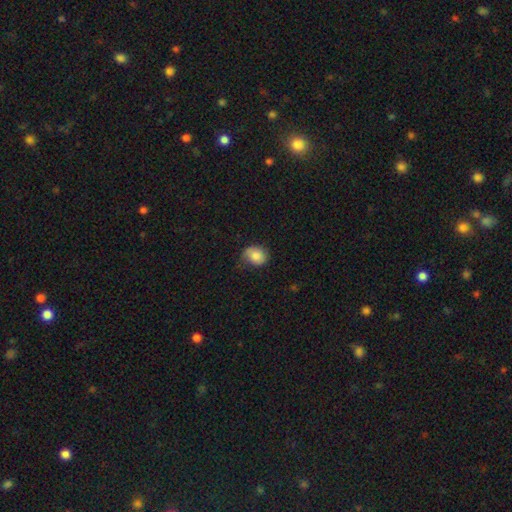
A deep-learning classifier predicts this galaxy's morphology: Smooth or featured?
  - smooth: 81% *
  - featured or disk: 11%
  - star or artifact: 7%
How rounded?
  - round: 58% *
  - in between: 41%
  - cigar-shaped: 1%
Merging?
  - none: 53% *
  - minor disturbance: 34%
  - major disturbance: 11%
  - merger: 1%